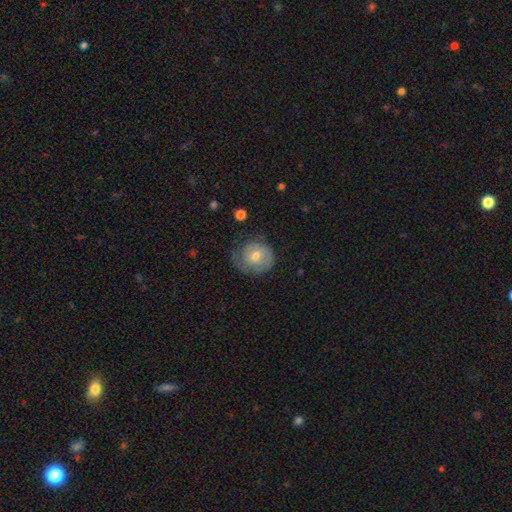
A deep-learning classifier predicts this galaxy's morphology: Overall: smooth (51%; featured or disk 42%). How rounded: round (81%). Merging: none (53%; minor disturbance 29%).